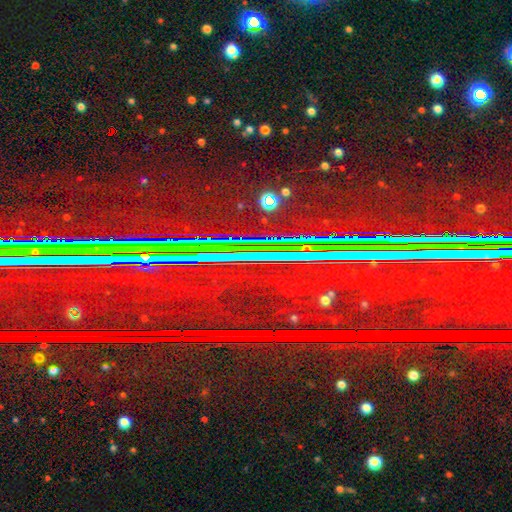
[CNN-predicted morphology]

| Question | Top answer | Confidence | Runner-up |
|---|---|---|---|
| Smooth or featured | star or artifact | 86% | featured or disk (8%) |